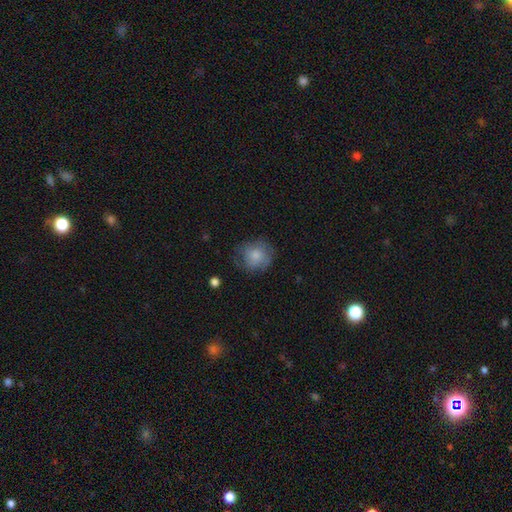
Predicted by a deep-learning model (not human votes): This is likely a smooth galaxy (71%). How rounded: clearly round (81%). Merging: likely none (65%).